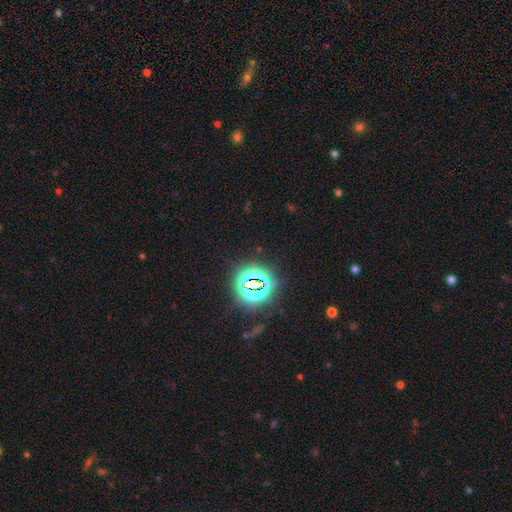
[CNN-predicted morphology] Smooth or featured? star or artifact (83%)